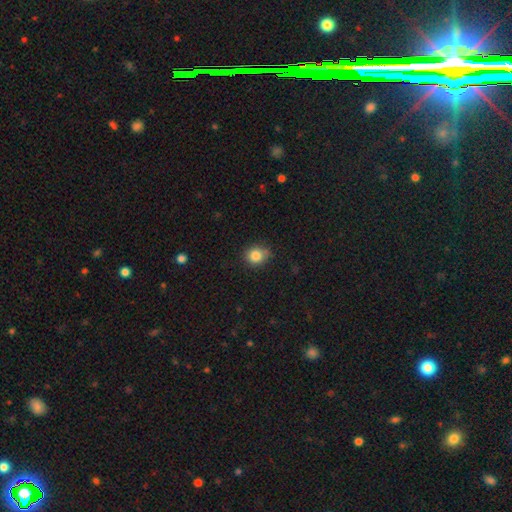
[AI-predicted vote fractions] This appears to be a smooth galaxy with no disk features (84%) that is round (81%). Merging: none (73%).